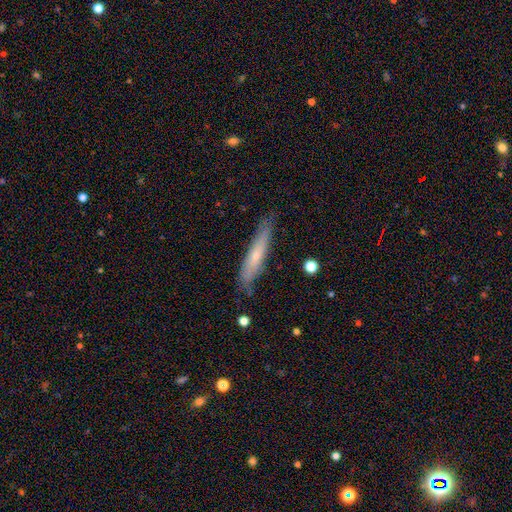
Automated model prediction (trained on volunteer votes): Smooth or featured? Predicted: smooth (p=0.53). How rounded? Predicted: cigar-shaped (p=0.87). Merging? Predicted: none (p=0.75).